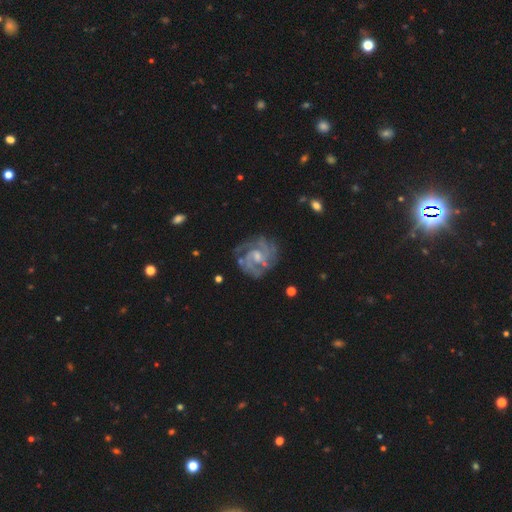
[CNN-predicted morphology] smooth_or_featured: featured or disk (p=0.86) [alt: star or artifact p=0.07]
disk_edge_on: no (p=0.98) [alt: yes p=0.02]
bar: weak (p=0.49) [alt: no p=0.40]
has_spiral_arms: yes (p=0.96) [alt: no p=0.04]
spiral_winding: tight (p=0.57) [alt: medium p=0.36]
spiral_arm_count: 2 (p=0.29) [tied with: 3 p=0.29]
bulge_size: small (p=0.48) [alt: moderate p=0.41]
merging: none (p=0.74) [alt: minor disturbance p=0.16]